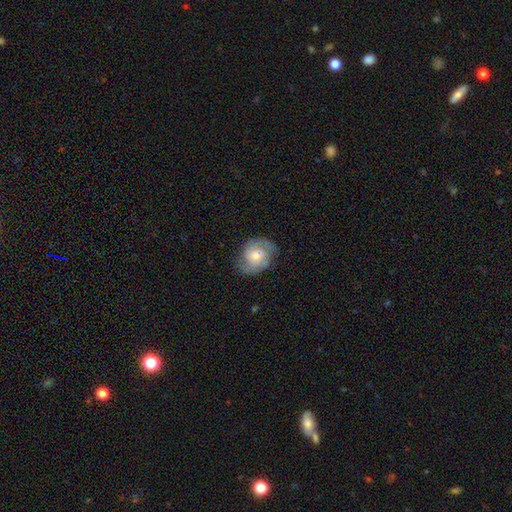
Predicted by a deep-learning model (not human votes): A featured or disk galaxy (60%) with no bar (65%), 2 (76%) medium (46%) spiral arms (88%) and a moderate central bulge (47%).

Vote fractions:
- Smooth or featured? featured or disk: 60% / smooth: 33% / star or artifact: 7%
- Edge-on disk? no: 97% / yes: 3%
- Bar? no: 65% / weak: 30% / strong: 5%
- Spiral arms? yes: 88% / no: 12%
- Spiral winding? medium: 46% / tight: 35% / loose: 19%
- Spiral arm count? 2: 76% / can't tell: 13% / 3: 5% / 1: 3% / 4: 2% / more than 4: 2%
- Bulge size? moderate: 47% / small: 37% / large: 10% / none: 5% / dominant: 2%
- Merging? none: 71% / minor disturbance: 20% / major disturbance: 8% / merger: 1%